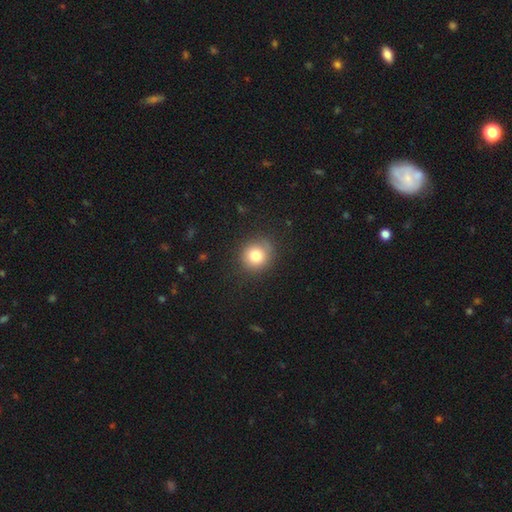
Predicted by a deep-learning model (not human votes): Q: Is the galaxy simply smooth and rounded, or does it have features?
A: smooth — 81%.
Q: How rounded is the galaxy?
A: round — 89%.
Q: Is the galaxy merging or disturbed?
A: none — 85%.